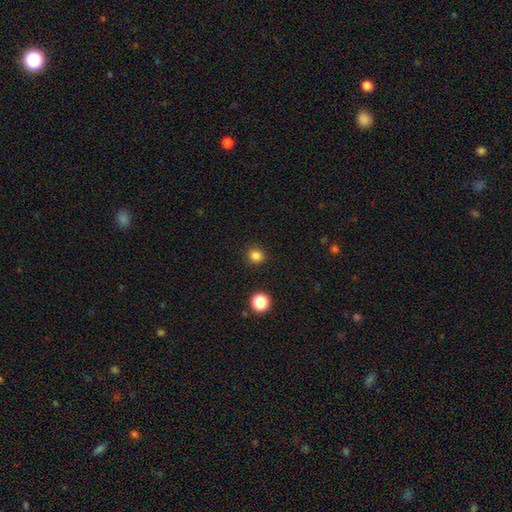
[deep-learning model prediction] smooth 83%, star or artifact 13%, featured or disk 4%. Down the decision tree: how rounded — round (92%); merging — none (92%).